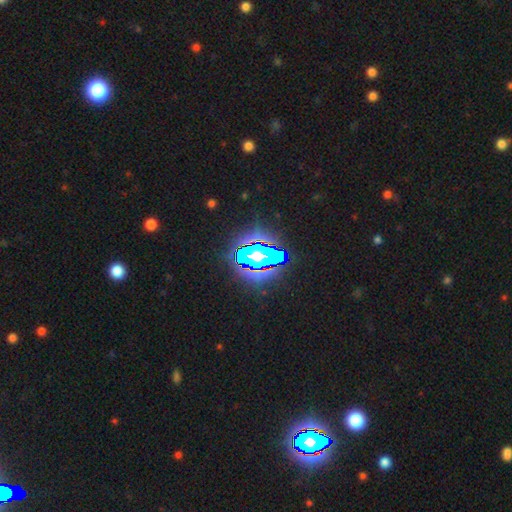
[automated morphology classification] The model was most divided on "smooth or featured": star or artifact: 58%, smooth: 21%, featured or disk: 21%.